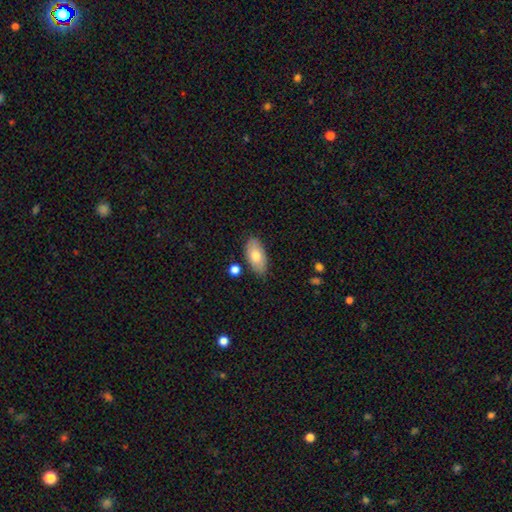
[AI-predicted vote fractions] Overall: smooth (75%). How rounded: in between (94%). Merging: none (81%).